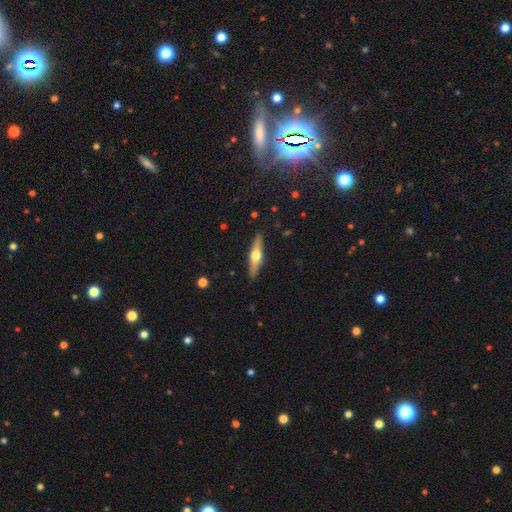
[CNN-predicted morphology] Smooth or featured? featured or disk (61%)
Edge-on disk? yes (95%)
Edge-on bulge? rounded (94%)
Merging? none (90%)